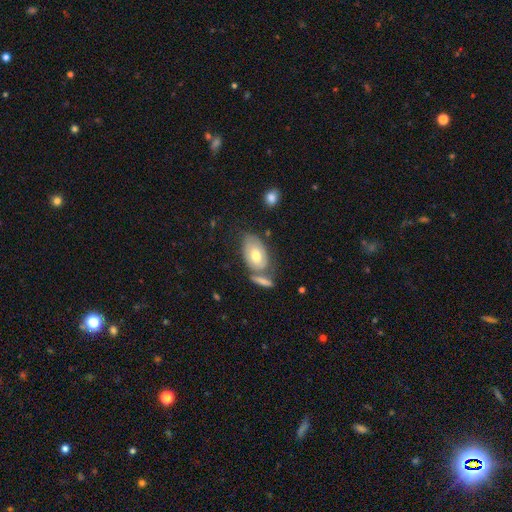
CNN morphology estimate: The model was most divided on "merging": none: 49%, merger: 24%, minor disturbance: 20%, major disturbance: 8%. More confident: how rounded — in between (91%); smooth or featured — smooth (60%).